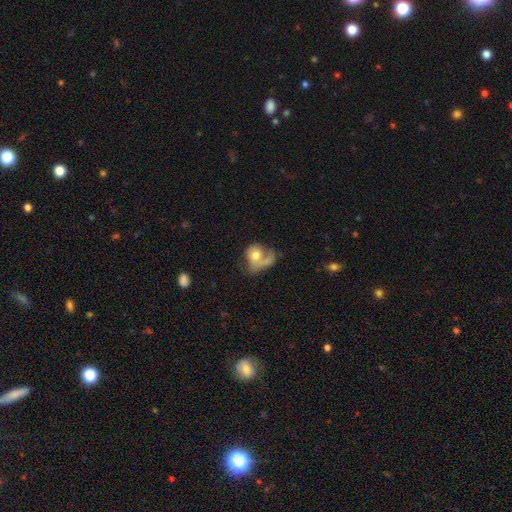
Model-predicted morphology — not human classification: smooth-or-featured: smooth: 55% | featured or disk: 37% | star or artifact: 8%
  how-rounded: in between: 50% | round: 48% | cigar-shaped: 2%
  merging: merger: 34% | major disturbance: 30% | none: 22% | minor disturbance: 14%